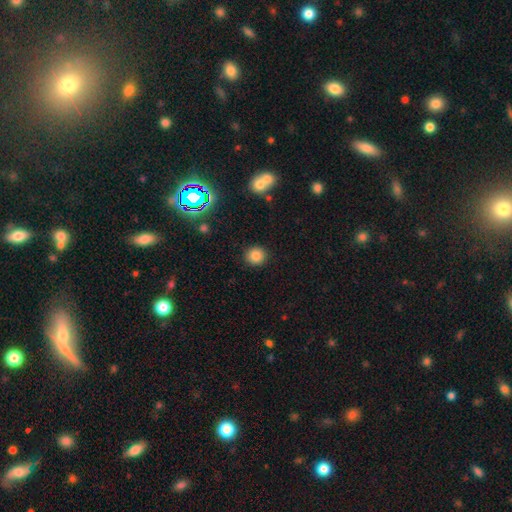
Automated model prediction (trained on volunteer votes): Morphology: type=smooth (82%); roundness=round (88%); merging=none (90%).